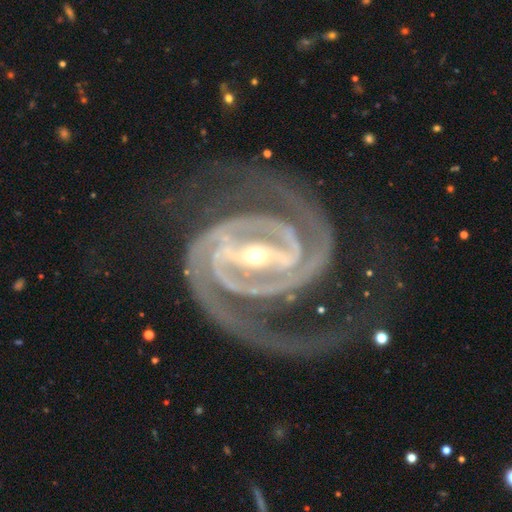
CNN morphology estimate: Smooth or featured? Predicted: featured or disk (p=0.94). Edge-on disk? Predicted: no (p=0.97). Bar? Predicted: strong (p=0.80). Spiral arms? Predicted: yes (p=0.99). Spiral winding? Predicted: tight (p=0.58). Spiral arm count? Predicted: 2 (p=0.84). Bulge size? Predicted: small (p=0.64). Merging? Predicted: none (p=0.65).